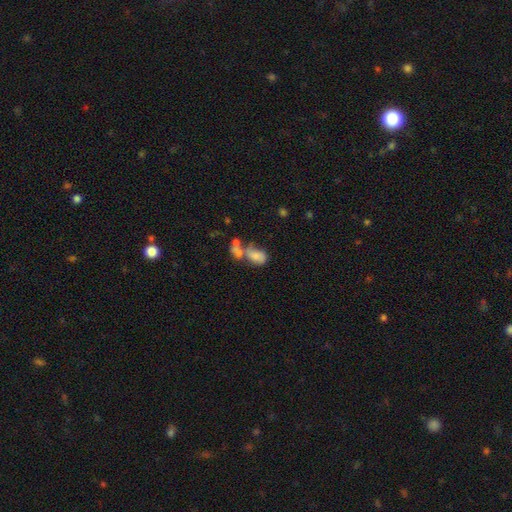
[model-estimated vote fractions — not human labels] The model was most divided on "merging": merger: 56%, none: 20%, major disturbance: 12%, minor disturbance: 12%. More confident: how rounded — in between (86%); smooth or featured — smooth (65%).